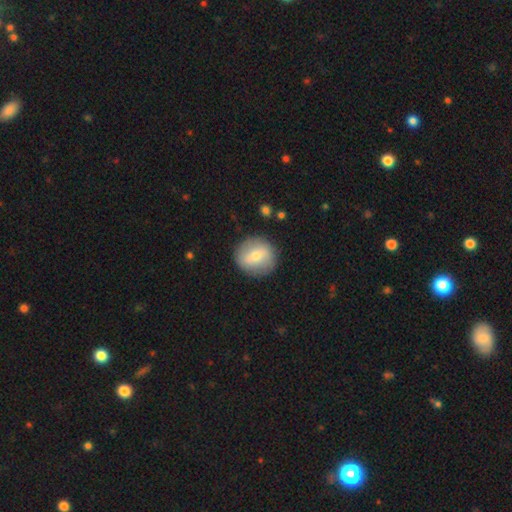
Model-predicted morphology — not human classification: smooth 65%, featured or disk 28%, star or artifact 7%. Down the decision tree: how rounded — round (89%); merging — none (86%).